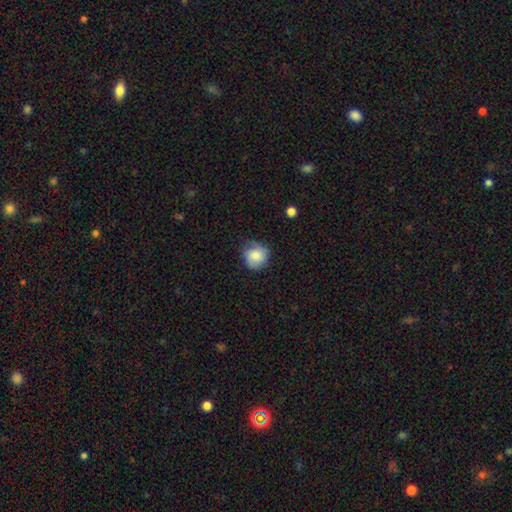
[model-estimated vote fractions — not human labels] Morphology: type=smooth (78%); roundness=round (84%); merging=none (64%).